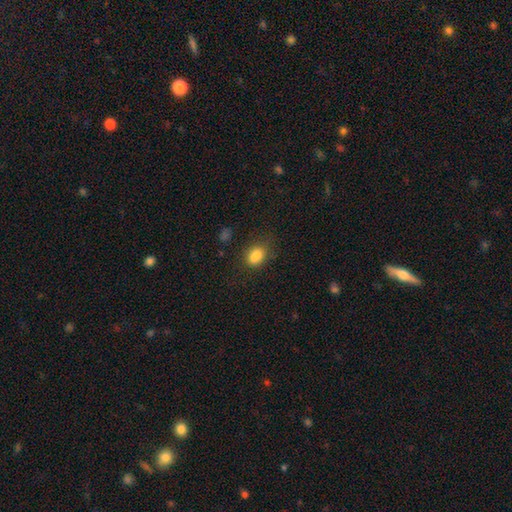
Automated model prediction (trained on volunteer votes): The model was most divided on "how rounded": in between: 65%, round: 33%, cigar-shaped: 2%. More confident: smooth or featured — smooth (81%); merging — none (57%).